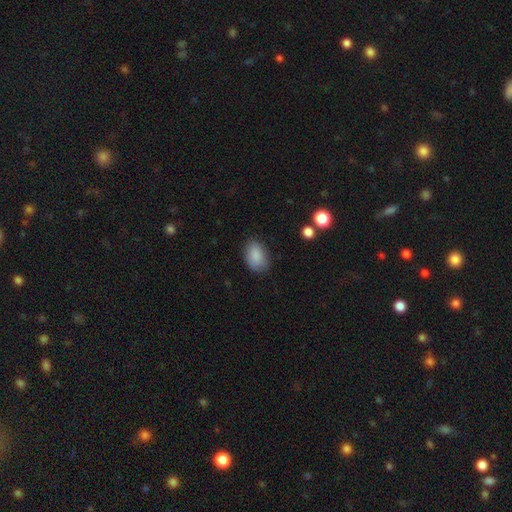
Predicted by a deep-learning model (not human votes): This appears to be a smooth galaxy with no disk features (88%) that is in between round and cigar-shaped (85%). Merging: none (78%).